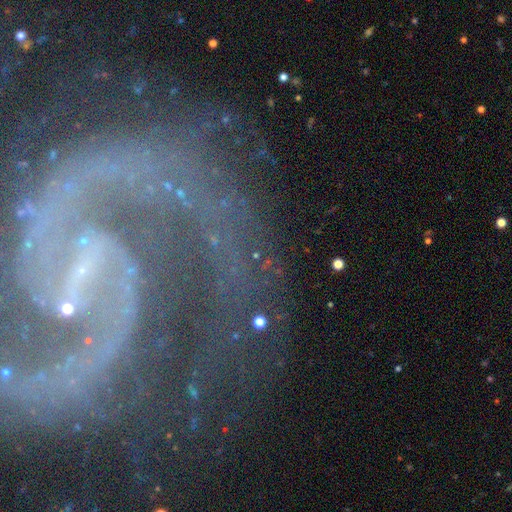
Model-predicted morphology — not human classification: smooth-or-featured: star or artifact: 65% | featured or disk: 20% | smooth: 14%